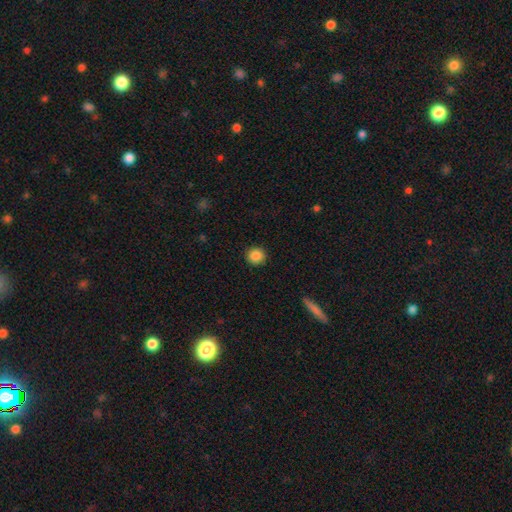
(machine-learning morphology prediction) smooth_or_featured: smooth (p=0.87) [alt: star or artifact p=0.09]
how_rounded: round (p=0.92) [alt: in between p=0.07]
merging: none (p=0.92) [alt: minor disturbance p=0.06]